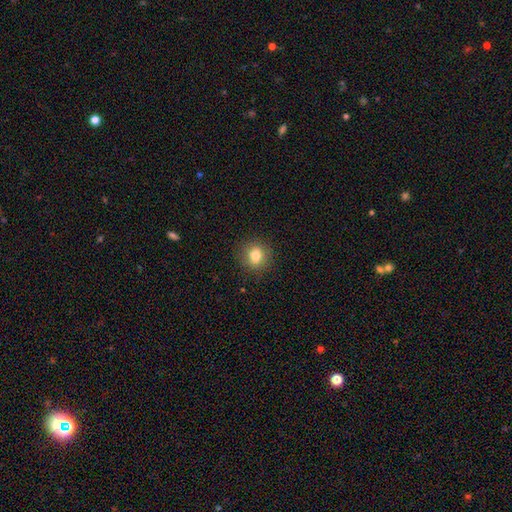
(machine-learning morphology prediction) Smooth or featured? Predicted: smooth (p=0.79). How rounded? Predicted: round (p=0.82). Merging? Predicted: none (p=0.87).